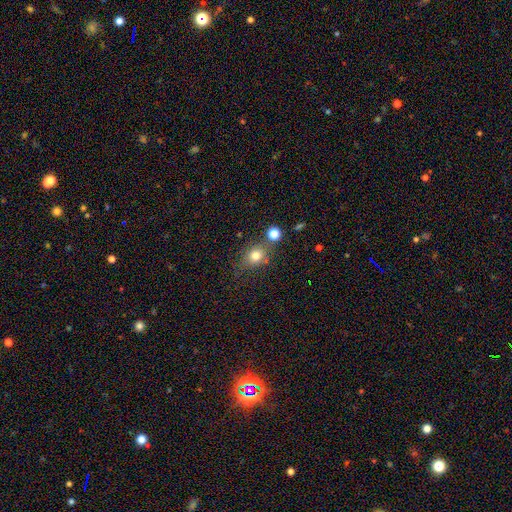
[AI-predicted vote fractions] Smooth or featured? Predicted: smooth (p=0.76). How rounded? Predicted: round (p=0.61). Merging? Predicted: none (p=0.62).